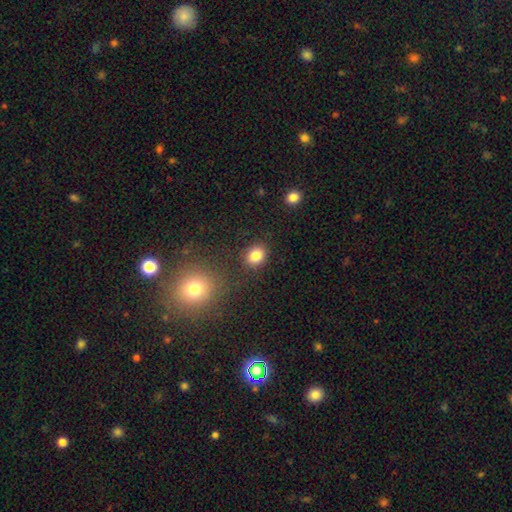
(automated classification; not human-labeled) Q: Smooth or featured?
A: smooth (84%); runner-up: star or artifact (10%)
Q: How rounded?
A: round (53%); runner-up: in between (46%)
Q: Merging?
A: none (85%); runner-up: minor disturbance (9%)